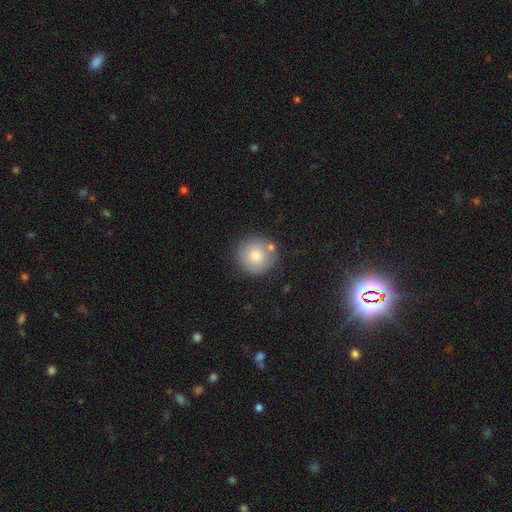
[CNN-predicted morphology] Smooth or featured?
  - smooth: 79% *
  - featured or disk: 14%
  - star or artifact: 8%
How rounded?
  - round: 94% *
  - in between: 5%
  - cigar-shaped: 1%
Merging?
  - none: 77% *
  - minor disturbance: 12%
  - merger: 7%
  - major disturbance: 4%